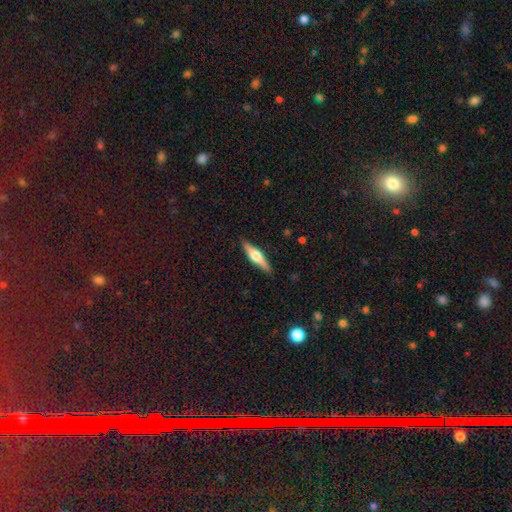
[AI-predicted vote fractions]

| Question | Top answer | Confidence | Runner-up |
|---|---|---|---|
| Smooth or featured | featured or disk | 62% | smooth (33%) |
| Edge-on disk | yes | 97% | no (3%) |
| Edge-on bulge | rounded | 92% | boxy (6%) |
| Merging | none | 90% | minor disturbance (7%) |